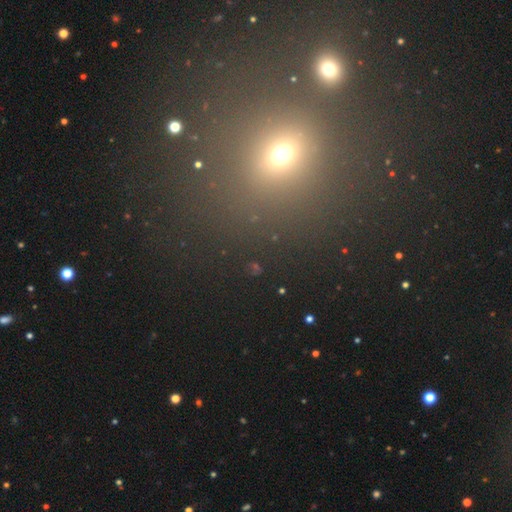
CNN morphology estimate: smooth_or_featured: star or artifact (p=0.54) [alt: smooth p=0.37]